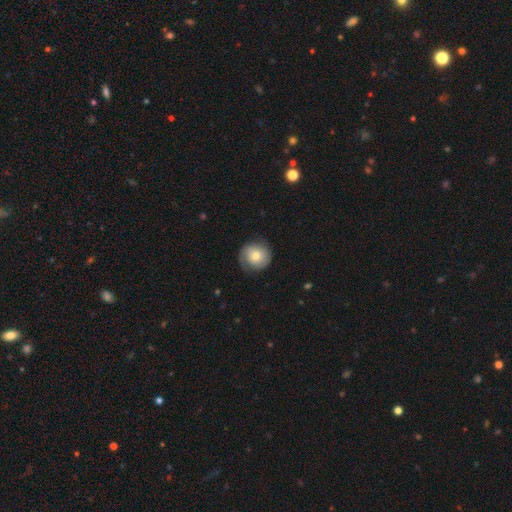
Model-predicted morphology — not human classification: Smooth or featured? Predicted: smooth (p=0.53). How rounded? Predicted: round (p=0.90). Merging? Predicted: none (p=0.73).